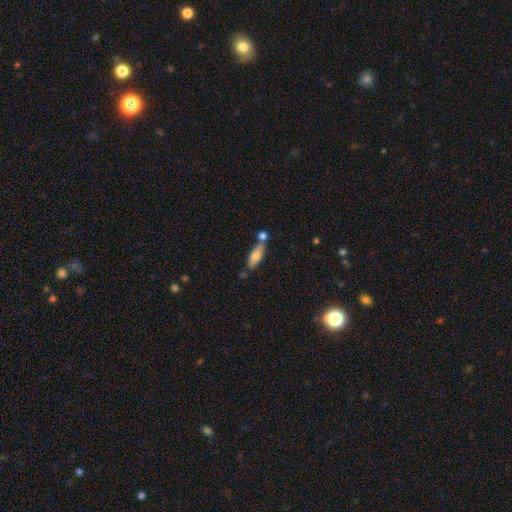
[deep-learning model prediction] The model was most divided on "how rounded": in between: 62%, cigar-shaped: 35%, round: 3%. More confident: smooth or featured — smooth (67%); merging — none (57%).